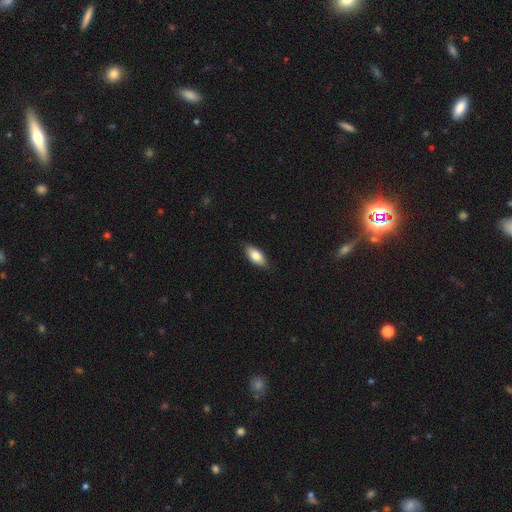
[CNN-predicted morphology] A smooth galaxy with no disk features (80%) that is in between round and cigar-shaped (85%). Merging: none (86%).